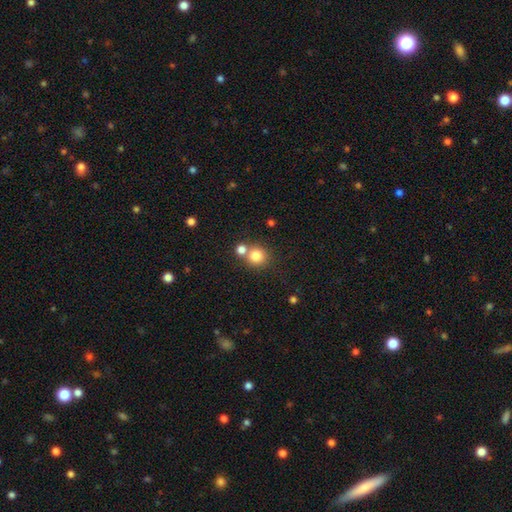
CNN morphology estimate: A smooth galaxy with no disk features (81%) that is round (91%). Merging: none (61%).